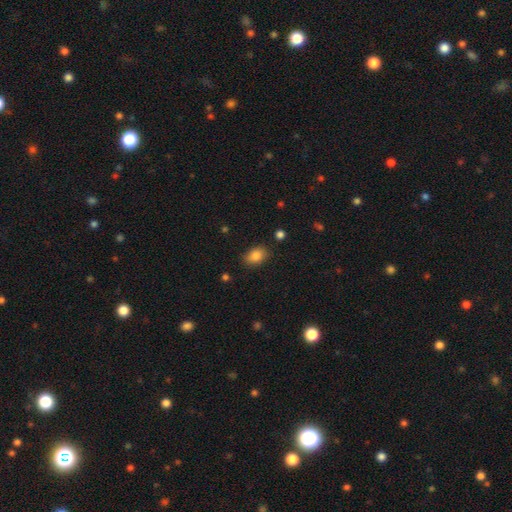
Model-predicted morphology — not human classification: Q: Smooth or featured?
A: smooth (84%); runner-up: star or artifact (9%)
Q: How rounded?
A: in between (81%); runner-up: round (17%)
Q: Merging?
A: none (84%); runner-up: minor disturbance (11%)